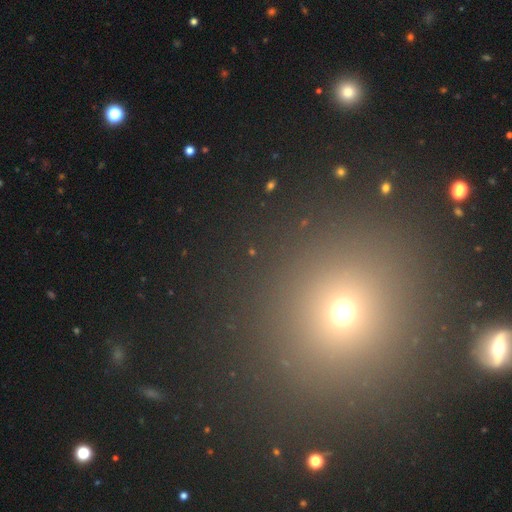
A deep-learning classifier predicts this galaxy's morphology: smooth 50%, star or artifact 42%, featured or disk 8%. Down the decision tree: merging — none (89%).